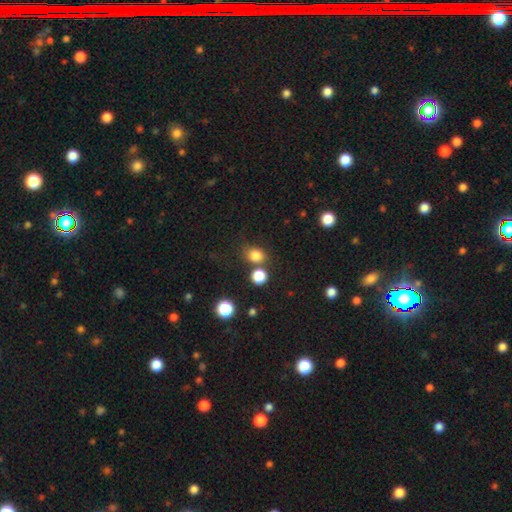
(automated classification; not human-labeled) A smooth galaxy with no disk features (81%) that is round (64%).

Vote fractions:
- Smooth or featured? smooth: 81% / star or artifact: 13% / featured or disk: 5%
- How rounded? round: 64% / in between: 35% / cigar-shaped: 1%
- Merging? none: 65% / merger: 17% / minor disturbance: 13% / major disturbance: 5%